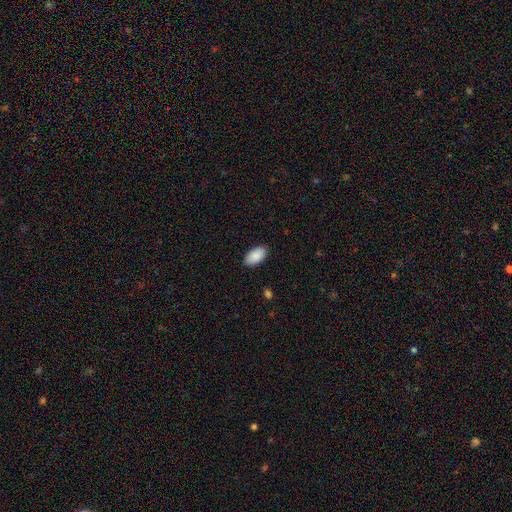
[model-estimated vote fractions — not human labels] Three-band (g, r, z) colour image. It shows a smooth galaxy with no disk features (90%) that is in between round and cigar-shaped (96%). Merging: none (89%).